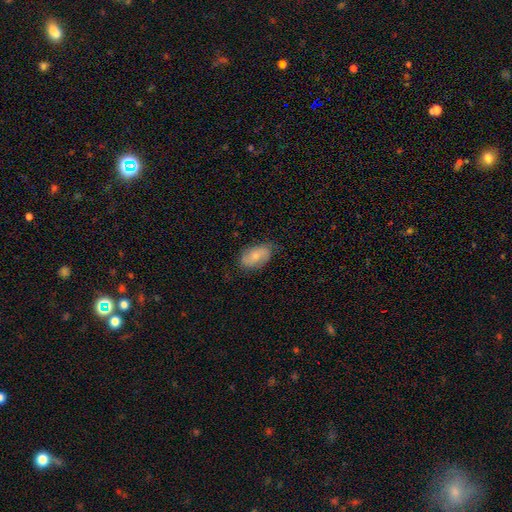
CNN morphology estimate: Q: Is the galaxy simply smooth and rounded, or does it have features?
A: smooth — 60%.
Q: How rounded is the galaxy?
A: in between — 92%.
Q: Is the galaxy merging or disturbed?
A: none — 71%.